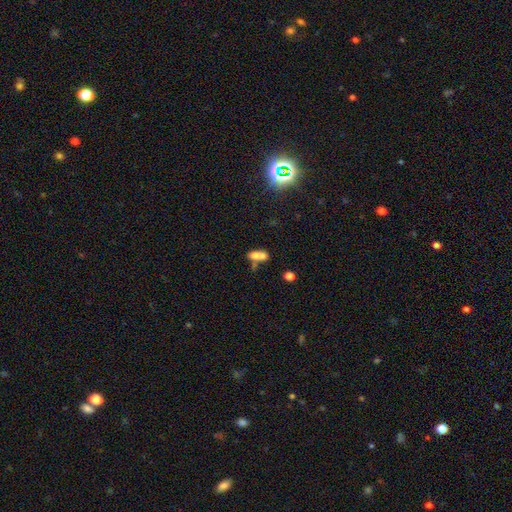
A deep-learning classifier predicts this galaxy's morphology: A smooth galaxy with no disk features (68%) that is in between round and cigar-shaped (75%).

Vote fractions:
- Smooth or featured? smooth: 68% / featured or disk: 19% / star or artifact: 12%
- How rounded? in between: 75% / cigar-shaped: 17% / round: 9%
- Merging? merger: 49% / none: 29% / minor disturbance: 13% / major disturbance: 8%